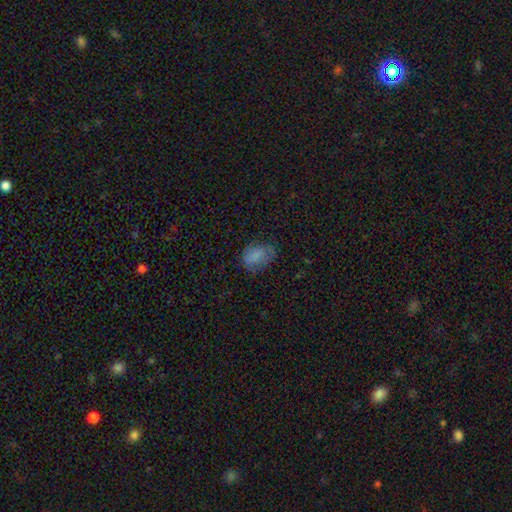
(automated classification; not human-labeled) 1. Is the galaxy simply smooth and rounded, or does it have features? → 77% smooth, 12% featured or disk, 11% star or artifact.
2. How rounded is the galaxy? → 83% in between, 16% round, 1% cigar-shaped.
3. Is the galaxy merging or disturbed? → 59% none, 28% minor disturbance, 12% major disturbance, 1% merger.